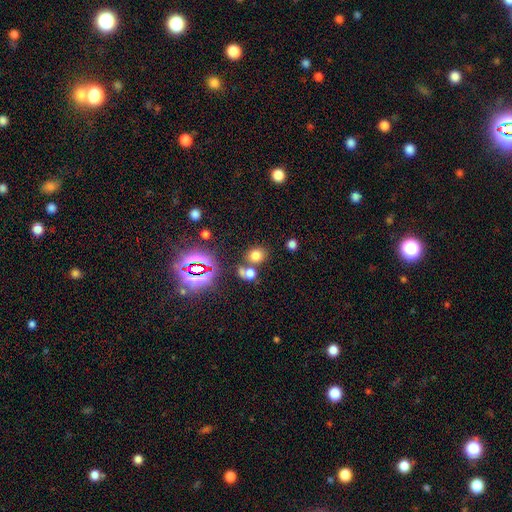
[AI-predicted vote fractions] Q: Smooth or featured?
A: smooth (70%); runner-up: star or artifact (23%)
Q: How rounded?
A: round (67%); runner-up: in between (32%)
Q: Merging?
A: none (62%); runner-up: merger (25%)